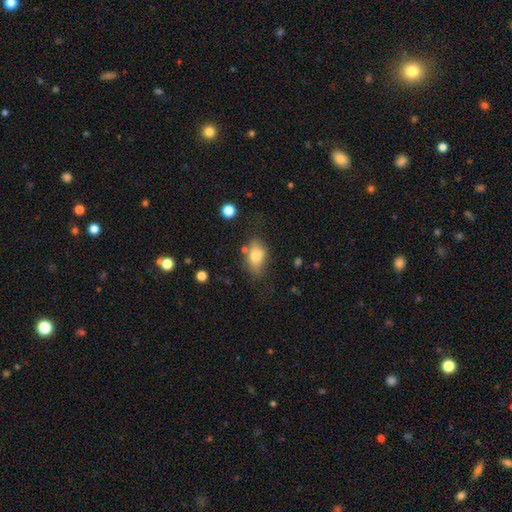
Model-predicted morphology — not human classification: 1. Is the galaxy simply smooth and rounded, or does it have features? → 76% smooth, 15% featured or disk, 9% star or artifact.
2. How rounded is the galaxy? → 85% in between, 12% round, 3% cigar-shaped.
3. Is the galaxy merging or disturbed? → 55% none, 27% minor disturbance, 11% major disturbance, 7% merger.